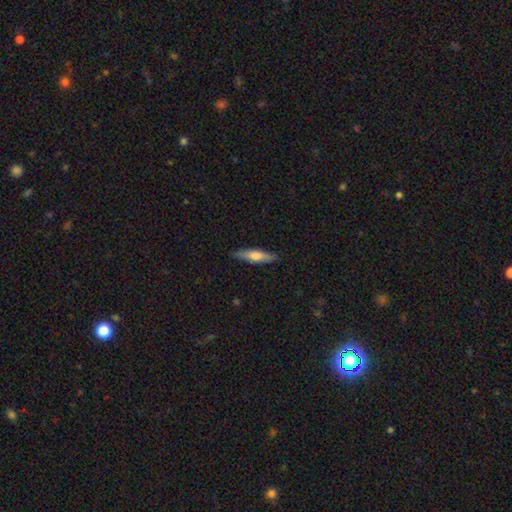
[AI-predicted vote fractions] The model was most divided on "smooth or featured": smooth: 60%, featured or disk: 35%, star or artifact: 6%. More confident: merging — none (86%); how rounded — cigar-shaped (74%).